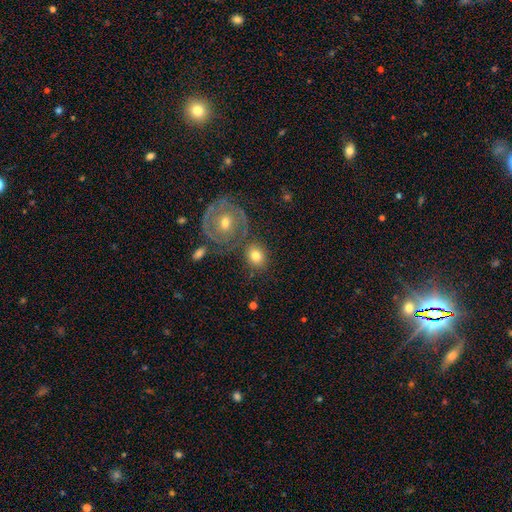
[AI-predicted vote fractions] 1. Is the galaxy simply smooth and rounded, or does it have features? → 71% smooth, 21% featured or disk, 8% star or artifact.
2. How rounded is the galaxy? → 60% round, 39% in between, 1% cigar-shaped.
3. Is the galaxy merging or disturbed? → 68% none, 14% merger, 13% minor disturbance, 5% major disturbance.